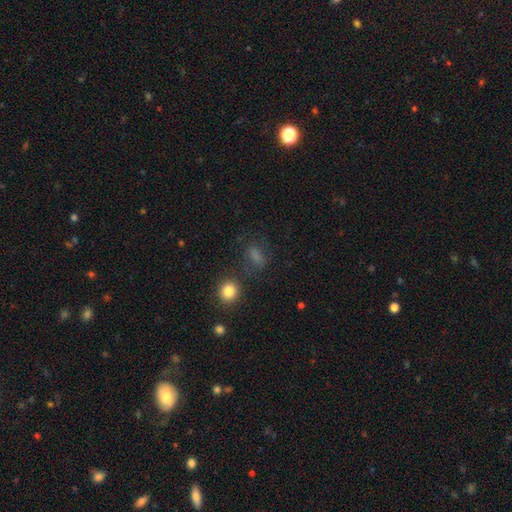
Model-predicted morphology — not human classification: Smooth or featured: smooth — 71% (star or artifact — 19%)
How rounded: in between — 63% (round — 29%)
Merging: none — 66% (minor disturbance — 17%)